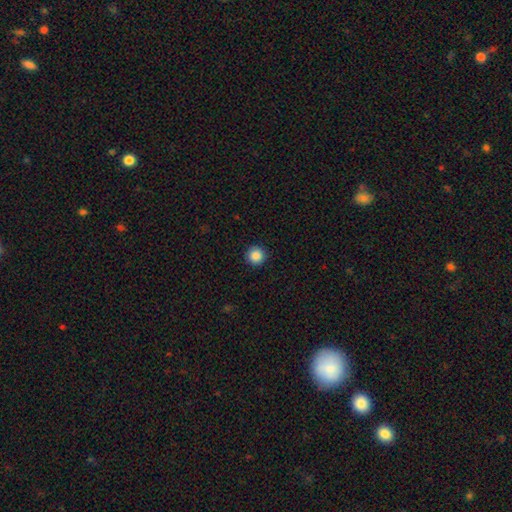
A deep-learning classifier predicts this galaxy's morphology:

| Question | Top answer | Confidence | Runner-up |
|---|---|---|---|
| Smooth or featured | smooth | 87% | star or artifact (10%) |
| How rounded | round | 96% | in between (3%) |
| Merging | none | 93% | minor disturbance (5%) |